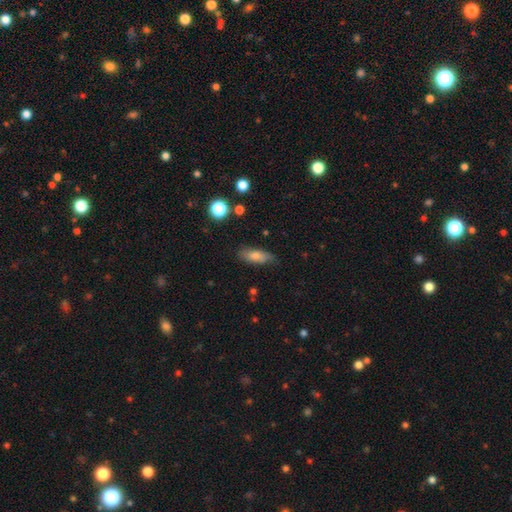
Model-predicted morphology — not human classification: A smooth galaxy with no disk features (69%) that is in between round and cigar-shaped (71%). Merging: none (74%).